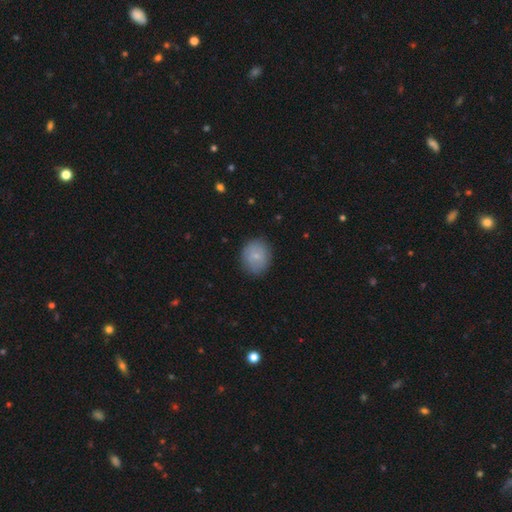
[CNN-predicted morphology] Smooth or featured? Predicted: smooth (p=0.76). How rounded? Predicted: round (p=0.69). Merging? Predicted: none (p=0.84).